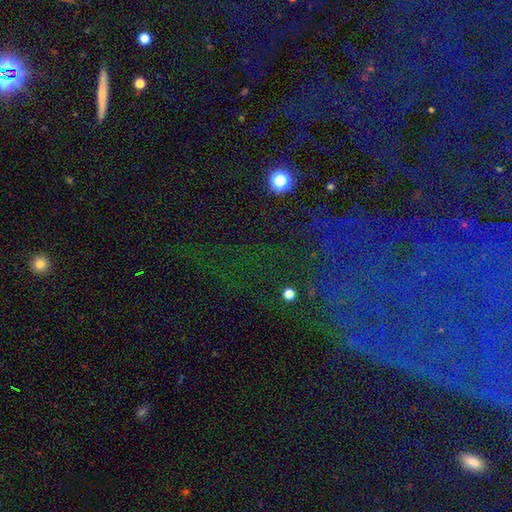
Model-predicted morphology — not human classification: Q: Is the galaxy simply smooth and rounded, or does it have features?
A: star or artifact — 76%.